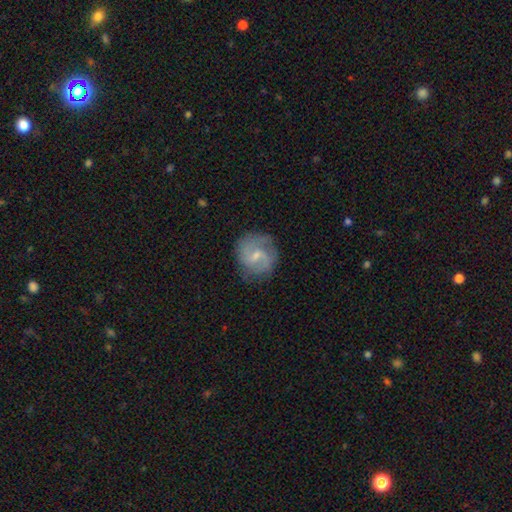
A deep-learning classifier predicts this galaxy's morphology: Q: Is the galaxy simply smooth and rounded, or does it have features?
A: featured or disk — 67%.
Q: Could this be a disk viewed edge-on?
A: no — 98%.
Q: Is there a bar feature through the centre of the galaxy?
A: weak — 62%.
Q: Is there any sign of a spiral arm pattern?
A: yes — 89%.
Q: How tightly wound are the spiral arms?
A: medium — 48%.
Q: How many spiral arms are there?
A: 2 — 78%.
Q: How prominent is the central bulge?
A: small — 57%.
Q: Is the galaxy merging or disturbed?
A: none — 72%.